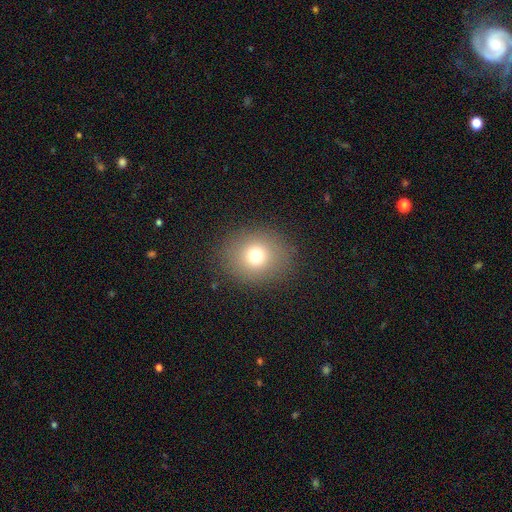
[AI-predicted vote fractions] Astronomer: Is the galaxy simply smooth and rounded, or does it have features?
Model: smooth — 74%.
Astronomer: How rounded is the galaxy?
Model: round — 77%.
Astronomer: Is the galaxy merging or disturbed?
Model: none — 88%.